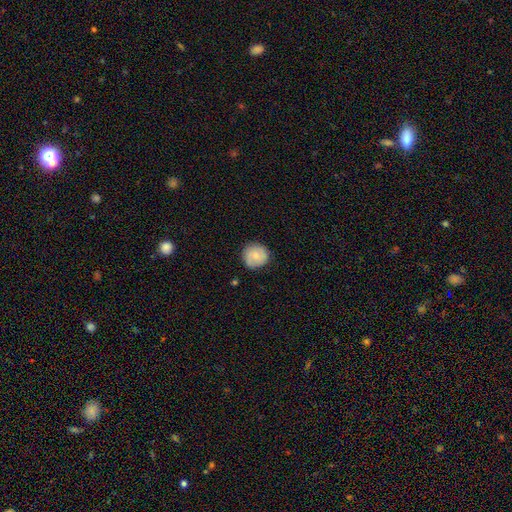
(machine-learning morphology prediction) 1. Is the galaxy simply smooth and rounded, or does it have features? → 78% smooth, 15% featured or disk, 7% star or artifact.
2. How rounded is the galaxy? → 92% round, 7% in between, 1% cigar-shaped.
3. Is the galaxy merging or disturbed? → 81% none, 15% minor disturbance, 3% major disturbance, 1% merger.